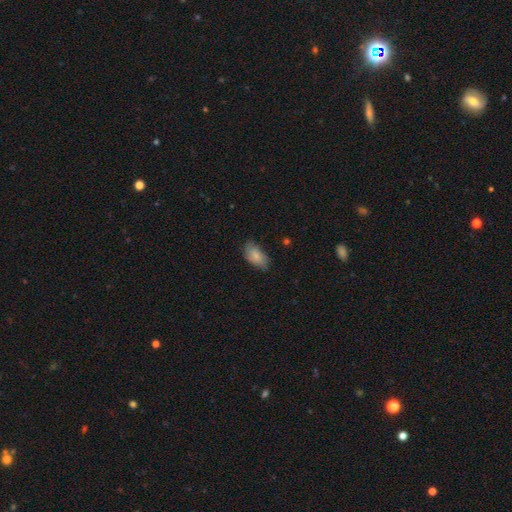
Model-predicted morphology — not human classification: Smooth or featured? smooth (79%)
How rounded? in between (94%)
Merging? none (66%)